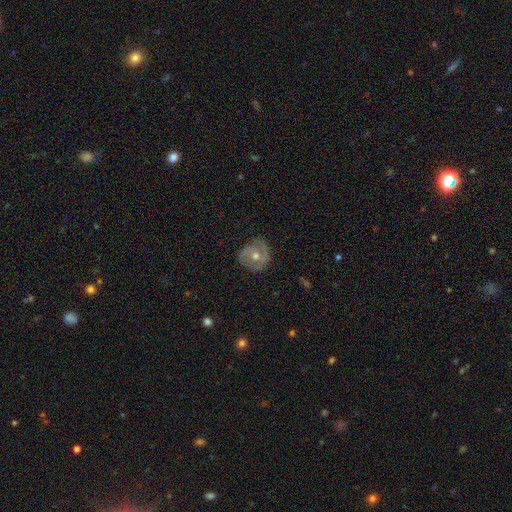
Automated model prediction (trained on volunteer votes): The model was most divided on "bulge size": moderate: 69%, small: 28%, large: 2%, none: 1%, dominant: 1%. More confident: edge-on disk — no (97%); merging — none (76%); spiral arms — yes (75%); bar — no (70%); smooth or featured — featured or disk (68%).